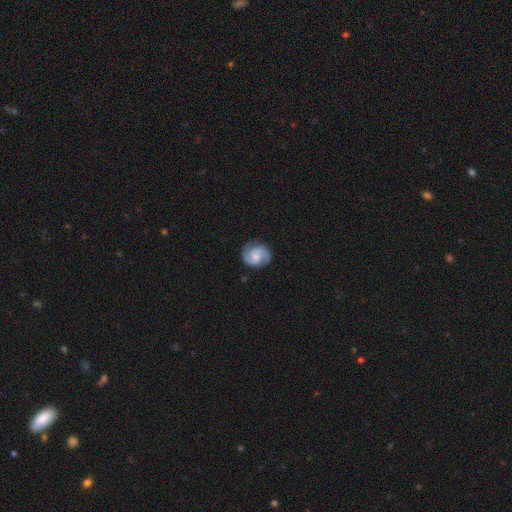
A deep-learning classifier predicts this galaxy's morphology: This is likely a featured or disk galaxy (78%). It is clearly not viewed edge-on (98%). Bar: possibly no (50%). Spiral arm pattern: clearly yes (97%). Spiral arm count: clearly 2 (91%). Spiral winding: possibly medium (52%). Central bulge: marginally moderate (33%). Merging: clearly none (83%).